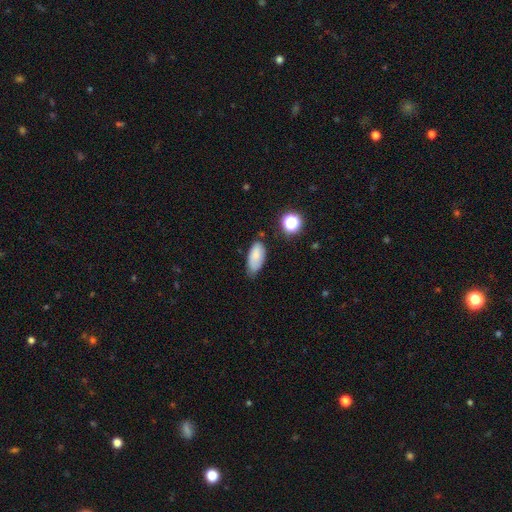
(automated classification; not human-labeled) smooth-or-featured: smooth: 78% | featured or disk: 13% | star or artifact: 9%
  how-rounded: in between: 90% | cigar-shaped: 7% | round: 3%
  merging: none: 62% | minor disturbance: 29% | major disturbance: 5% | merger: 3%